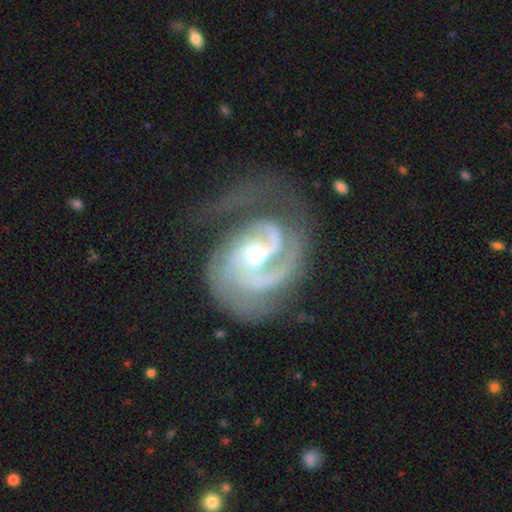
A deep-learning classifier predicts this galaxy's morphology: This appears to be a featured or disk galaxy (92%) with a weak bar (47%), 2 (43%) medium (44%) spiral arms (98%) and a moderate central bulge (65%). Merging: none (43%).